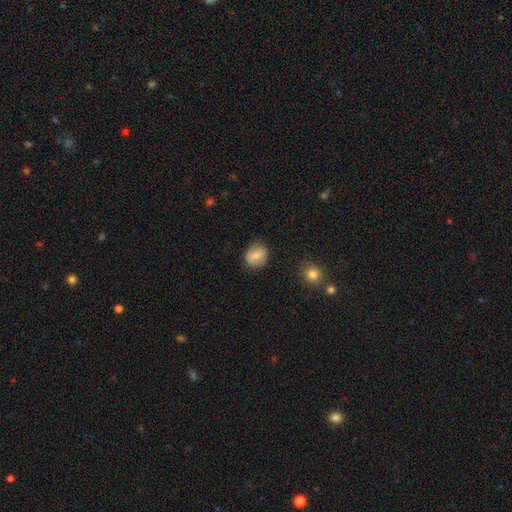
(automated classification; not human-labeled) Q: Smooth or featured?
A: smooth (77%); runner-up: featured or disk (15%)
Q: How rounded?
A: round (74%); runner-up: in between (25%)
Q: Merging?
A: none (85%); runner-up: minor disturbance (11%)